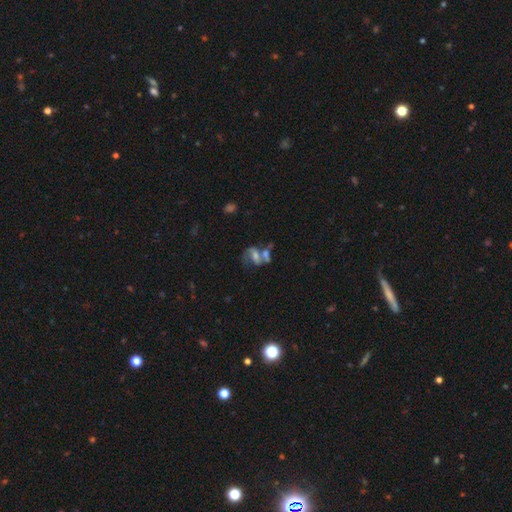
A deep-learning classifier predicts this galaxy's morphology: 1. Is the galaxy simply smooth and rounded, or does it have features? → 52% featured or disk, 36% smooth, 12% star or artifact.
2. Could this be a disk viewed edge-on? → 94% no, 6% yes.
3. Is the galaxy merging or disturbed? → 45% merger, 26% none, 17% major disturbance, 13% minor disturbance.